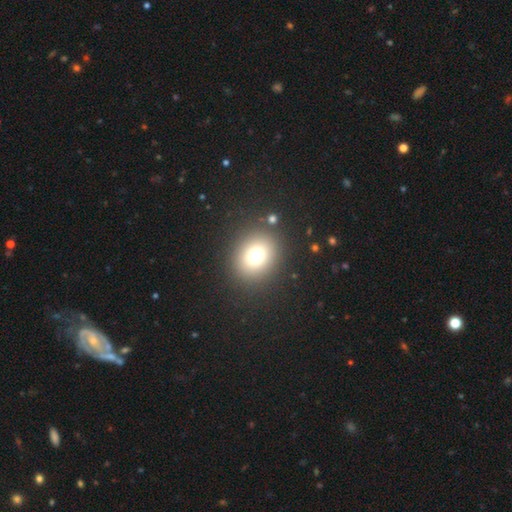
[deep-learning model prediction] smooth_or_featured: smooth (p=0.73) [alt: star or artifact p=0.16]
how_rounded: round (p=0.70) [alt: in between p=0.29]
merging: none (p=0.87) [alt: minor disturbance p=0.07]